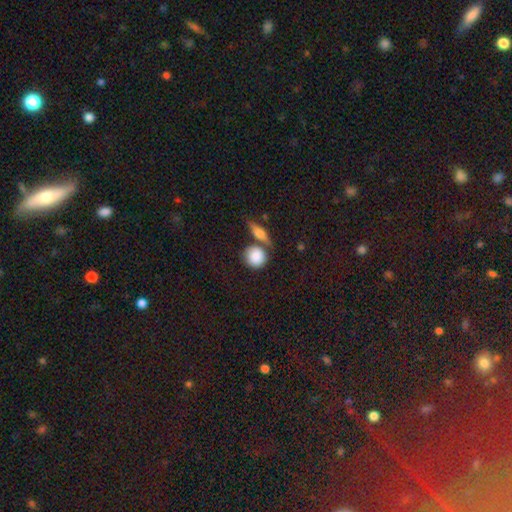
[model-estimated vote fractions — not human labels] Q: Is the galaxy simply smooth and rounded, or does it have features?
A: smooth — 82%.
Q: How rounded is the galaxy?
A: round — 85%.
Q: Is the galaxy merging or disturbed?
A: none — 65%.